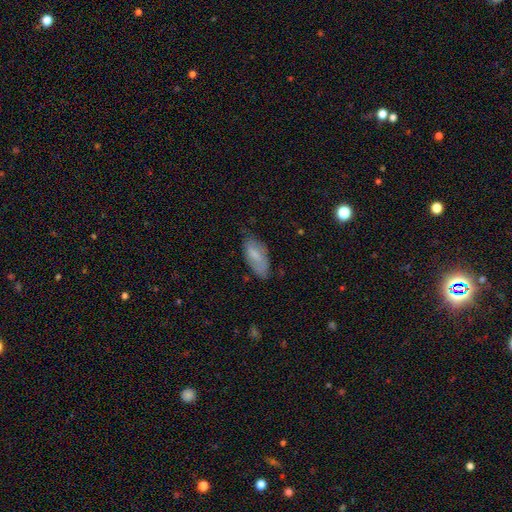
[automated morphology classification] Overall: smooth (70%). How rounded: in between (86%). Merging: none (64%; minor disturbance 27%).